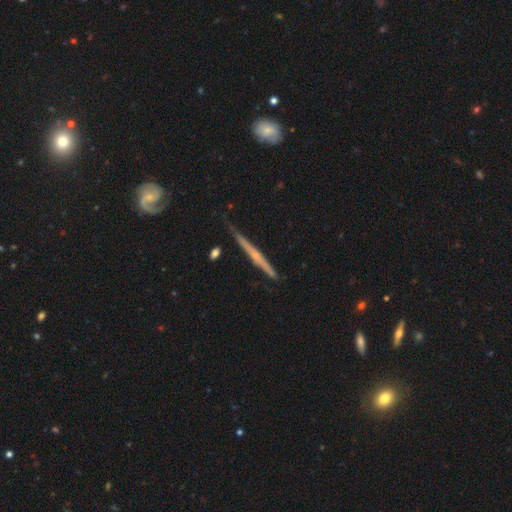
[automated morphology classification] smooth-or-featured: featured or disk: 69% | smooth: 25% | star or artifact: 6%
  disk-edge-on: yes: 95% | no: 5%
    edge-on-bulge: none: 56% | rounded: 37% | boxy: 6%
  merging: none: 77% | minor disturbance: 18% | major disturbance: 3% | merger: 2%